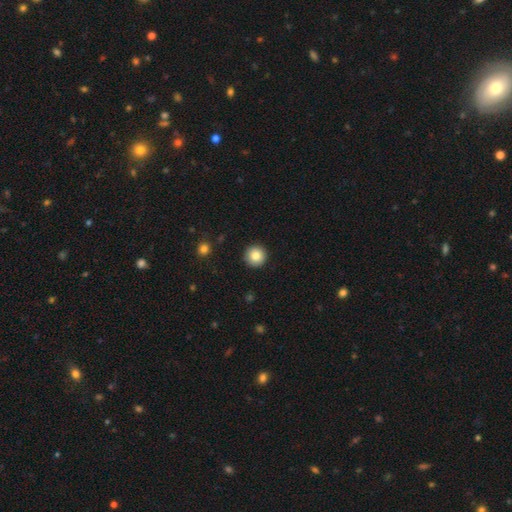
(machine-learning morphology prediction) Smooth or featured? smooth (84%)
How rounded? round (96%)
Merging? none (93%)